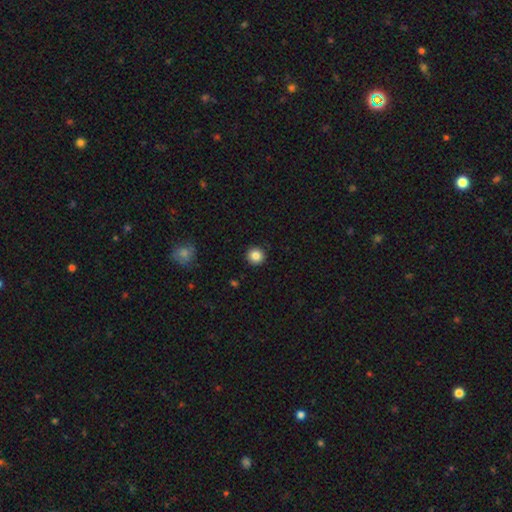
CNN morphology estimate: smooth_or_featured: smooth (p=0.85) [alt: star or artifact p=0.10]
how_rounded: round (p=0.95) [alt: in between p=0.04]
merging: none (p=0.93) [alt: minor disturbance p=0.05]